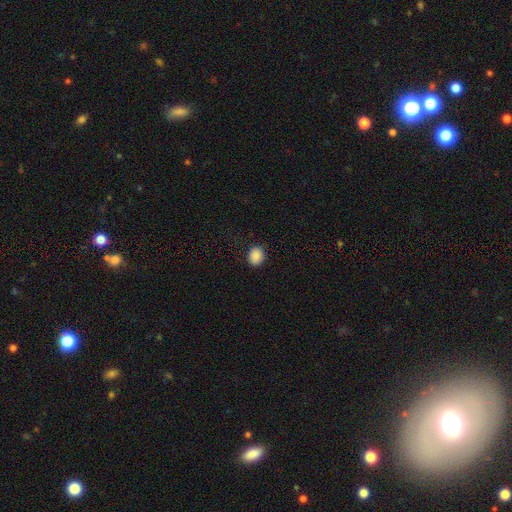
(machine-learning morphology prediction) smooth 88%, star or artifact 9%, featured or disk 3%. Down the decision tree: how rounded — round (59%); merging — none (87%).